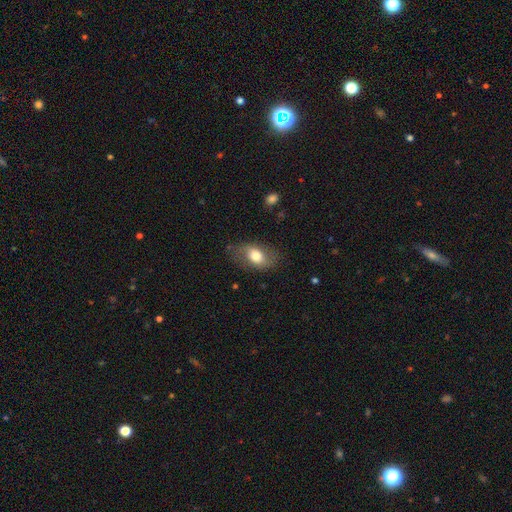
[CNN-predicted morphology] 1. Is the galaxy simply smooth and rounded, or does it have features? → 68% smooth, 24% featured or disk, 8% star or artifact.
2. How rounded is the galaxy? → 85% in between, 13% round, 2% cigar-shaped.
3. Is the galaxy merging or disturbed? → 72% none, 19% minor disturbance, 8% major disturbance, 1% merger.